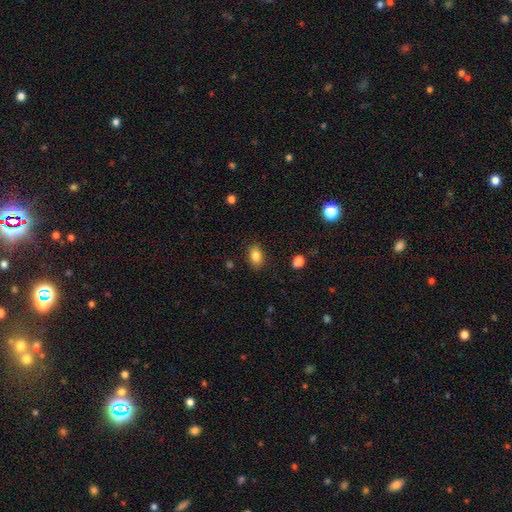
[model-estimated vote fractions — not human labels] A smooth galaxy with no disk features (86%) that is in between round and cigar-shaped (86%). Merging: none (84%).